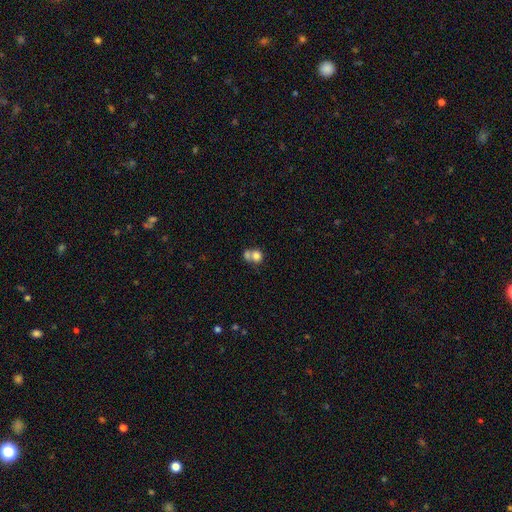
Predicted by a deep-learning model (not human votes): A smooth galaxy with no disk features (77%) that is round (74%). Merging: merger (56%).